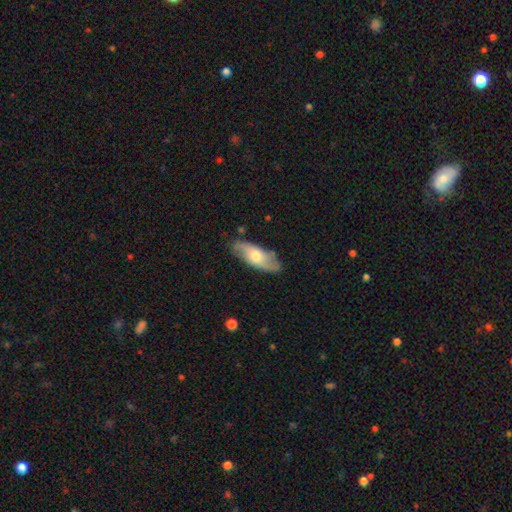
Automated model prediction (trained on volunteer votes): Smooth or featured?
  - featured or disk: 49% *
  - smooth: 46%
  - star or artifact: 6%
Merging?
  - none: 78% *
  - minor disturbance: 16%
  - major disturbance: 4%
  - merger: 2%